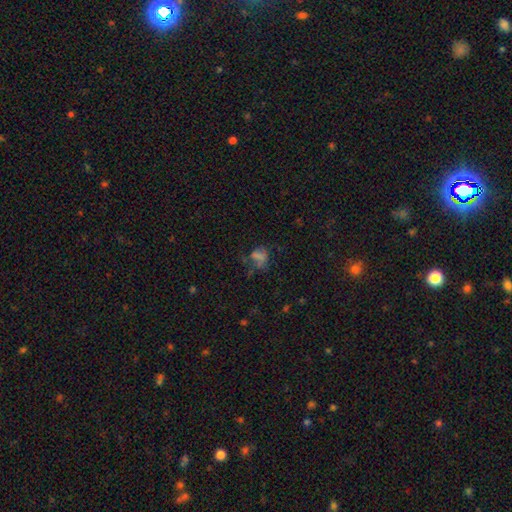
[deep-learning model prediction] Smooth or featured? star or artifact (40%)